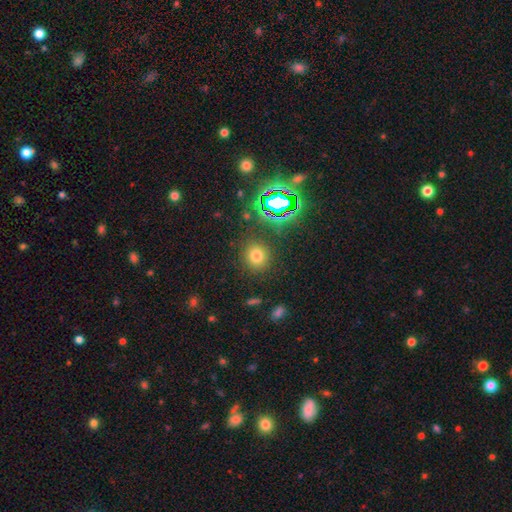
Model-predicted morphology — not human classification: A smooth galaxy with no disk features (71%) that is round (84%).

Vote fractions:
- Smooth or featured? smooth: 71% / star or artifact: 22% / featured or disk: 7%
- How rounded? round: 84% / in between: 15% / cigar-shaped: 1%
- Merging? none: 86% / minor disturbance: 8% / major disturbance: 3% / merger: 3%